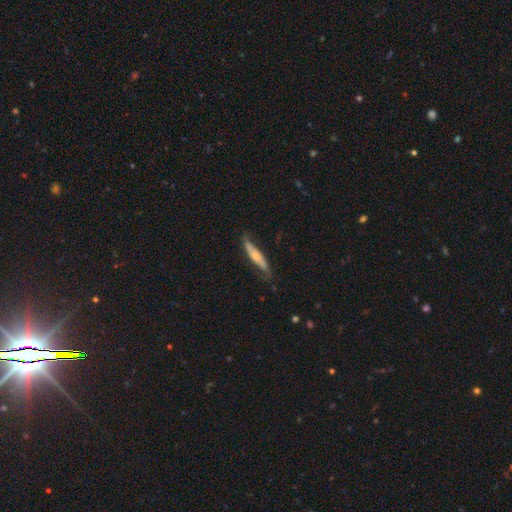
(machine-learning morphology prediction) This is possibly a featured or disk galaxy (54%). It is likely viewed edge-on (61%). Merging: likely none (65%).